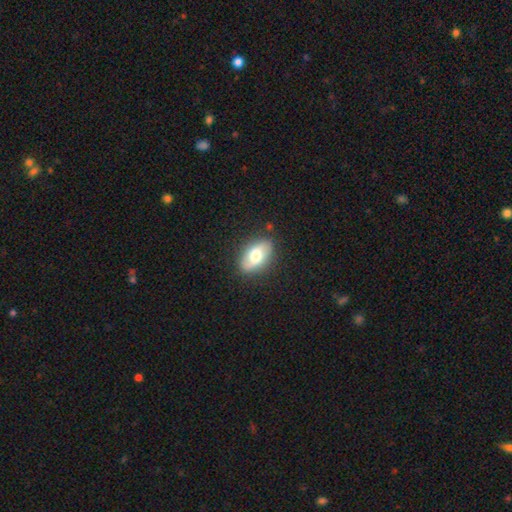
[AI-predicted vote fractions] Overall: smooth (62%; featured or disk 31%). How rounded: in between (89%). Merging: none (82%).